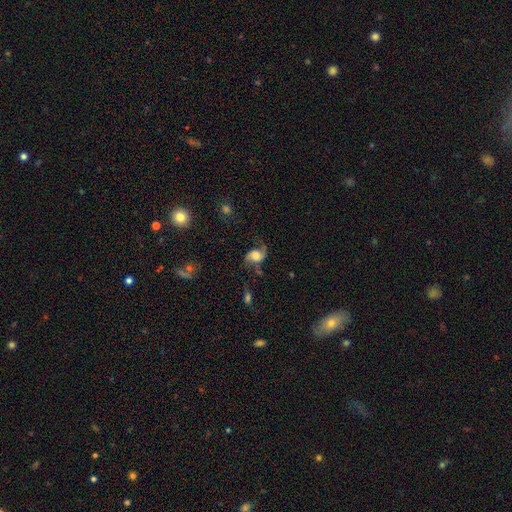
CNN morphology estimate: featured or disk 75%, smooth 17%, star or artifact 8%. Down the decision tree: edge-on disk — no (97%); bar — no (62%); spiral arms — yes (94%); spiral arm count — 2 (90%); spiral winding — loose (63%); bulge size — large (40%); merging — none (64%).